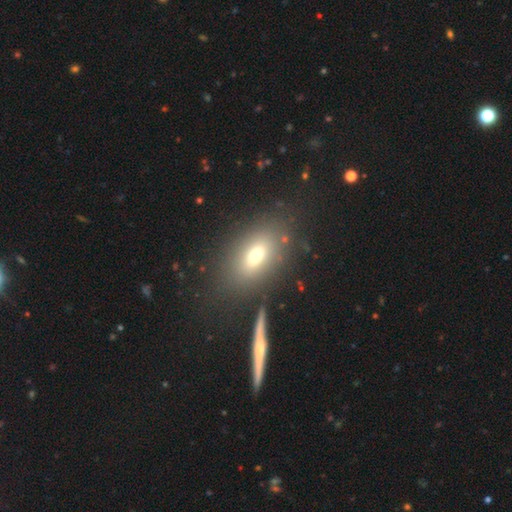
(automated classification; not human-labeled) Smooth or featured: smooth — 69% (featured or disk — 16%)
How rounded: in between — 79% (round — 17%)
Merging: none — 77% (minor disturbance — 10%)